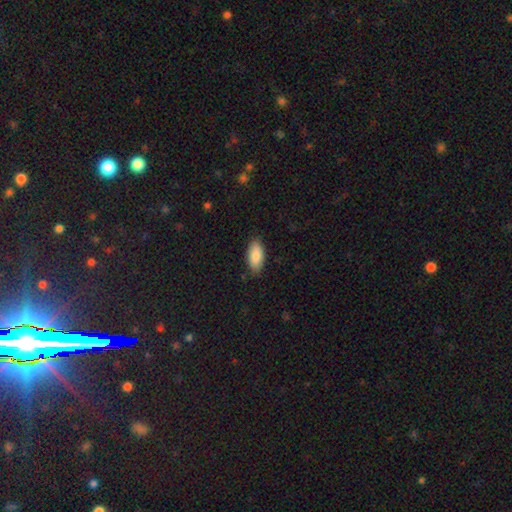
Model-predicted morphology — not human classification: A smooth galaxy with no disk features (87%) that is in between round and cigar-shaped (91%). Merging: none (84%).